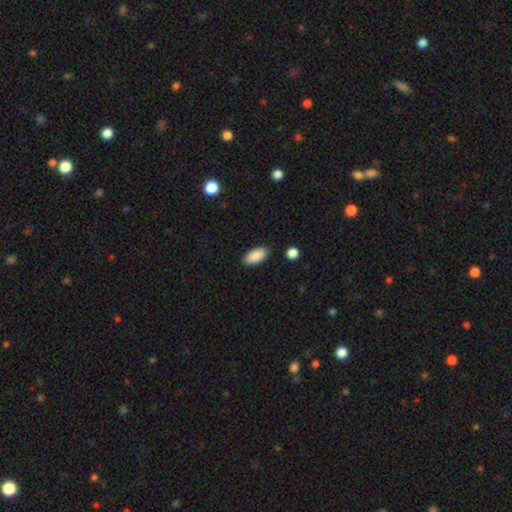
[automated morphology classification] smooth-or-featured: smooth: 89% | star or artifact: 7% | featured or disk: 5%
  how-rounded: in between: 93% | cigar-shaped: 5% | round: 2%
  merging: none: 87% | minor disturbance: 9% | major disturbance: 2% | merger: 2%